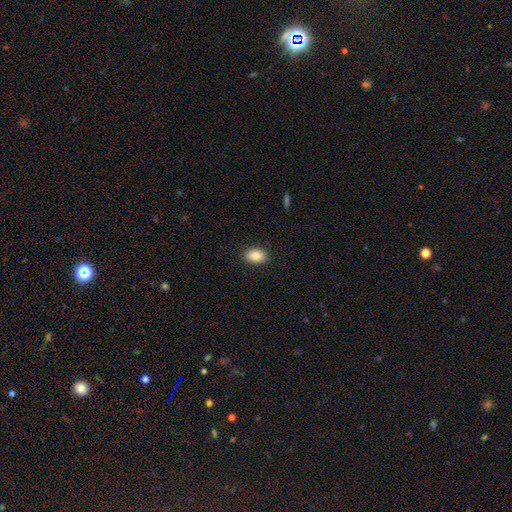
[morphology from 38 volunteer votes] Smooth or featured: smooth — 87% (featured or disk — 8%)
How rounded: in between — 85% (round — 15%)
Merging: none — 97% (minor disturbance — 3%)